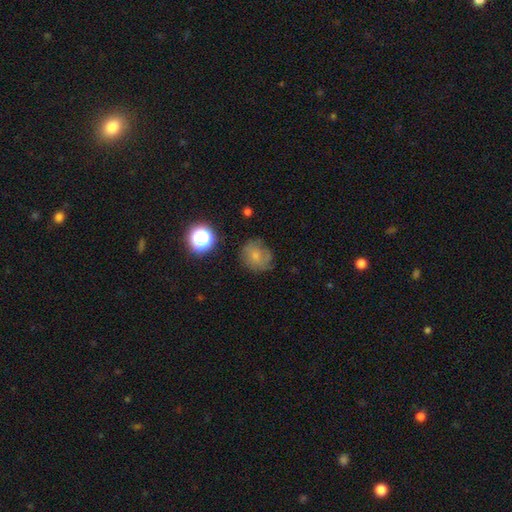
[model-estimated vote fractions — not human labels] Overall: smooth (65%). How rounded: round (81%). Merging: none (68%).